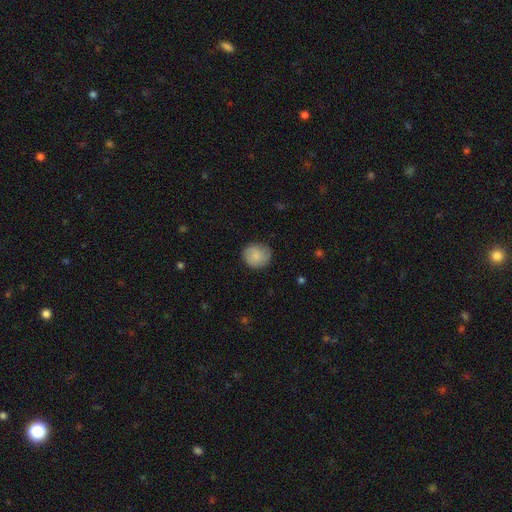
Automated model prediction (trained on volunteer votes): smooth-or-featured: smooth: 82% | featured or disk: 12% | star or artifact: 6%
  how-rounded: round: 87% | in between: 12% | cigar-shaped: 1%
  merging: none: 83% | minor disturbance: 14% | major disturbance: 3% | merger: 1%